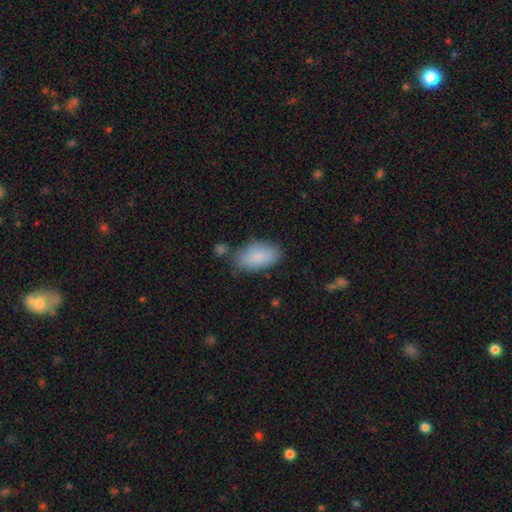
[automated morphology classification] smooth 84%, featured or disk 8%, star or artifact 8%. Down the decision tree: how rounded — in between (93%); merging — none (74%).